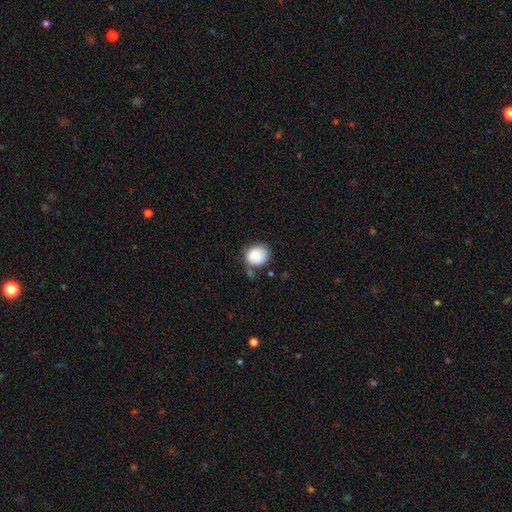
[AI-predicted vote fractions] A smooth galaxy with no disk features (87%) that is round (65%).

Vote fractions:
- Smooth or featured? smooth: 87% / star or artifact: 8% / featured or disk: 6%
- How rounded? round: 65% / in between: 34% / cigar-shaped: 1%
- Merging? none: 58% / minor disturbance: 27% / merger: 8% / major disturbance: 7%